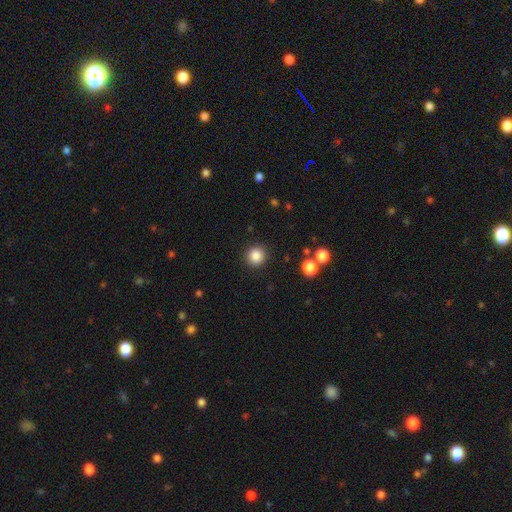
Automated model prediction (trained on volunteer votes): A smooth galaxy with no disk features (86%) that is round (93%). Merging: none (91%).